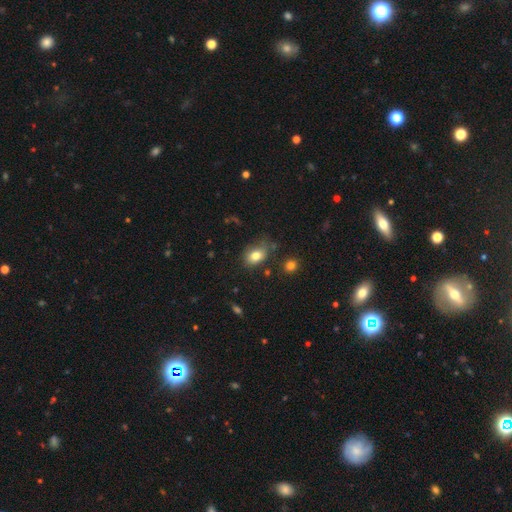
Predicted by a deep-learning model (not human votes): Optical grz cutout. It shows a smooth galaxy with no disk features (80%) that is in between round and cigar-shaped (76%). Merging: none (65%).